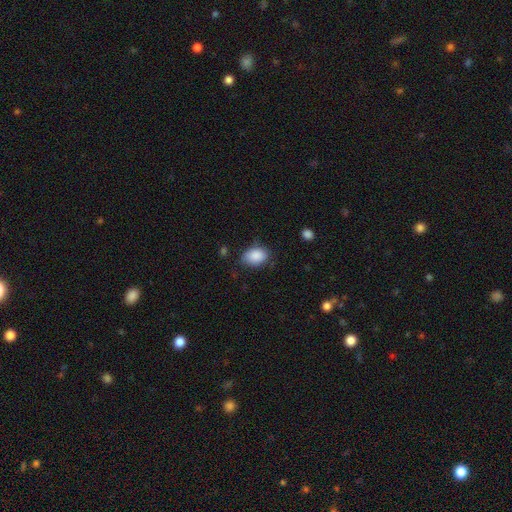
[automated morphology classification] Overall: smooth (88%). How rounded: in between (81%). Merging: none (70%).